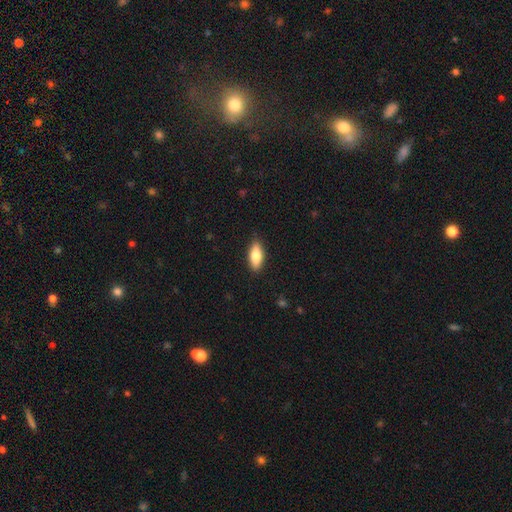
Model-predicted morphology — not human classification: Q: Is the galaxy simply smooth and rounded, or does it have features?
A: smooth — 74%.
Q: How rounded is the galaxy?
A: in between — 71%.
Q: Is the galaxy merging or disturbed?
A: none — 88%.